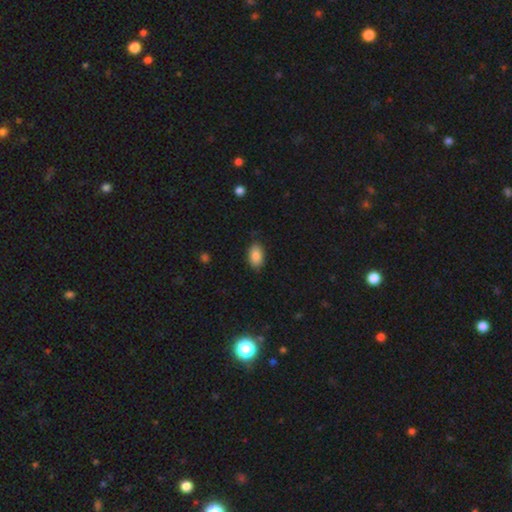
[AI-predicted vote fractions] The model was most divided on "merging": none: 83%, minor disturbance: 13%, major disturbance: 3%, merger: 1%. More confident: how rounded — in between (92%); smooth or featured — smooth (86%).